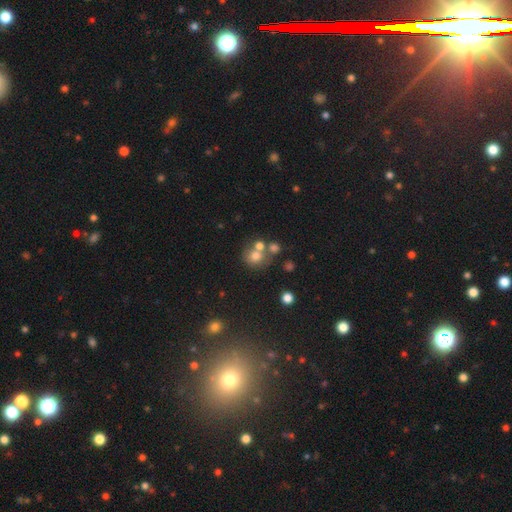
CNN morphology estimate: Q: Smooth or featured?
A: smooth (68%); runner-up: featured or disk (16%)
Q: How rounded?
A: round (82%); runner-up: in between (17%)
Q: Merging?
A: none (46%); runner-up: merger (39%)